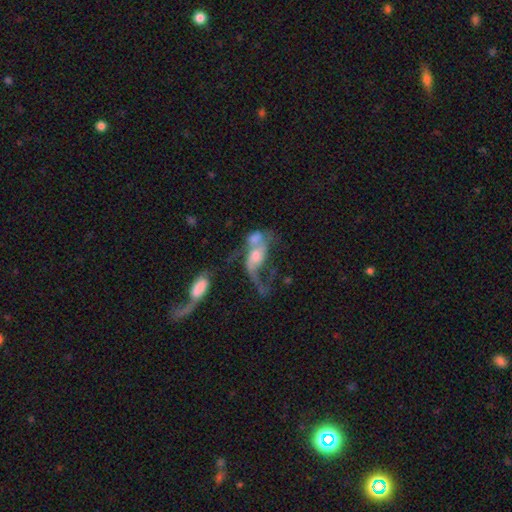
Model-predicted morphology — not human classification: Smooth or featured? featured or disk (65%)
Edge-on disk? no (93%)
Bar? no (65%)
Spiral arms? yes (69%)
Bulge size? moderate (39%)
Merging? merger (55%)